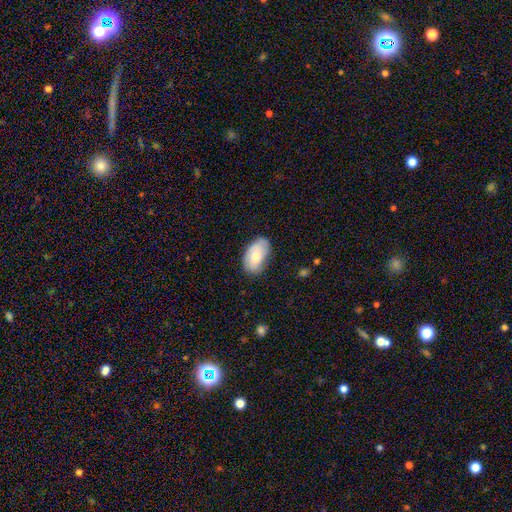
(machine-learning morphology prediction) Q: Smooth or featured?
A: smooth (66%); runner-up: featured or disk (28%)
Q: How rounded?
A: in between (93%); runner-up: round (5%)
Q: Merging?
A: none (73%); runner-up: minor disturbance (21%)